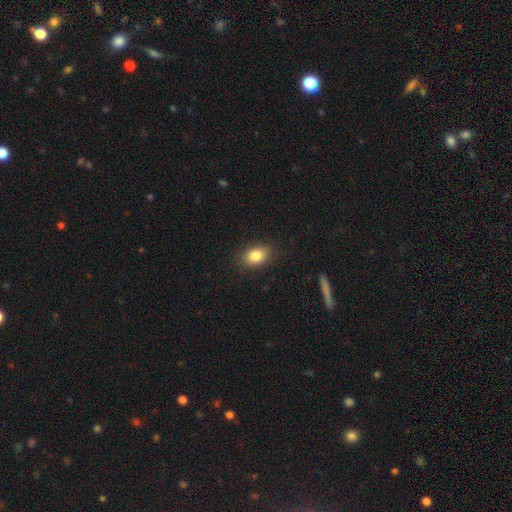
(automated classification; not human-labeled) This appears to be a smooth galaxy with no disk features (84%) that is in between round and cigar-shaped (76%). Merging: none (86%).